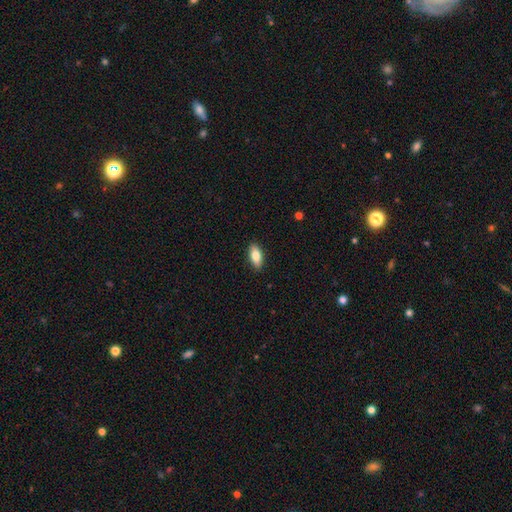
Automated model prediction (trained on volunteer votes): This is clearly a smooth galaxy (80%). How rounded: clearly in between (84%). Merging: clearly none (89%).